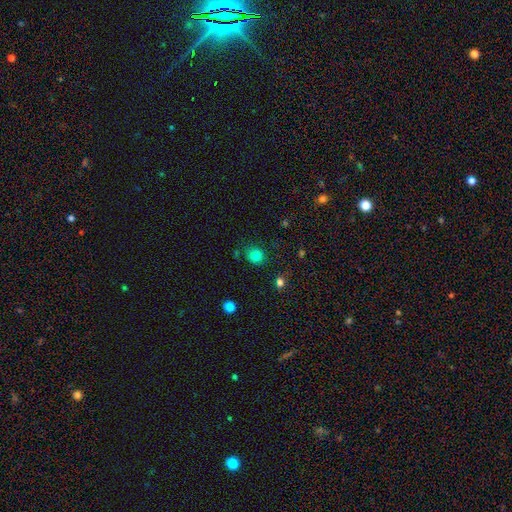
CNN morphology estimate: smooth-or-featured: smooth: 81% | star or artifact: 14% | featured or disk: 5%
  how-rounded: round: 83% | in between: 16% | cigar-shaped: 1%
  merging: none: 83% | minor disturbance: 11% | major disturbance: 3% | merger: 3%